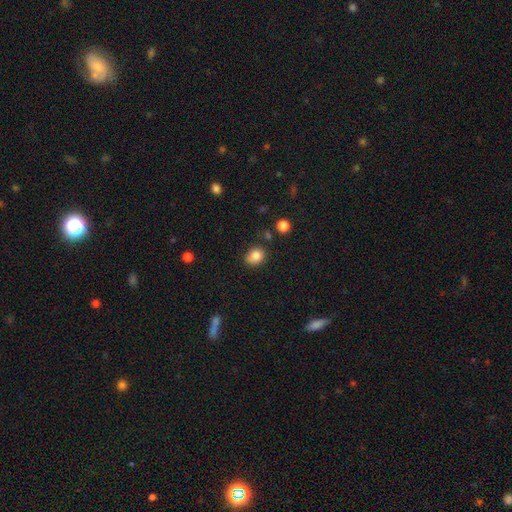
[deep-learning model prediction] smooth-or-featured: smooth: 84% | star or artifact: 10% | featured or disk: 6%
  how-rounded: round: 56% | in between: 43% | cigar-shaped: 1%
  merging: none: 73% | minor disturbance: 19% | merger: 4% | major disturbance: 4%